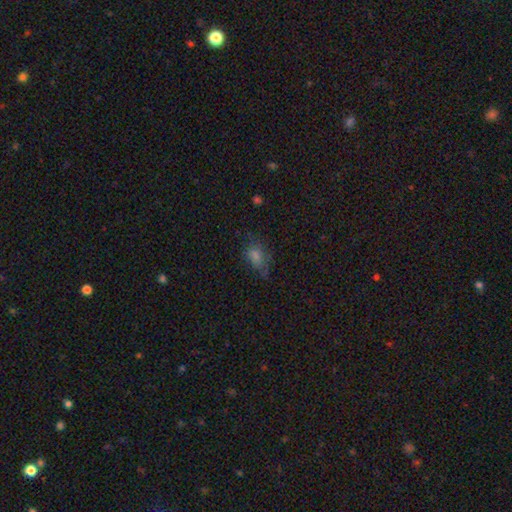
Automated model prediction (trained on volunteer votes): smooth 62%, star or artifact 23%, featured or disk 15%. Down the decision tree: how rounded — in between (74%); merging — none (60%).